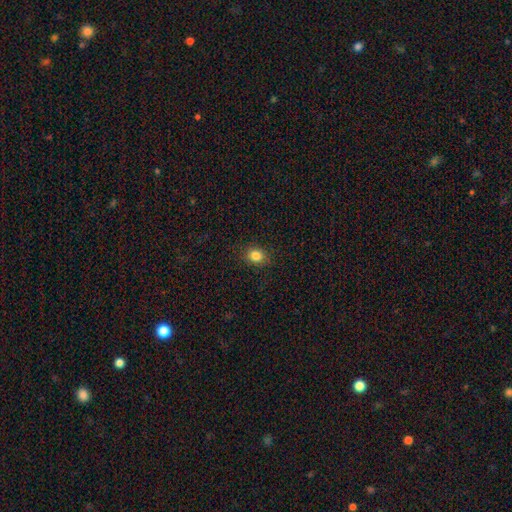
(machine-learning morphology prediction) Smooth or featured? smooth (84%)
How rounded? round (57%)
Merging? none (88%)